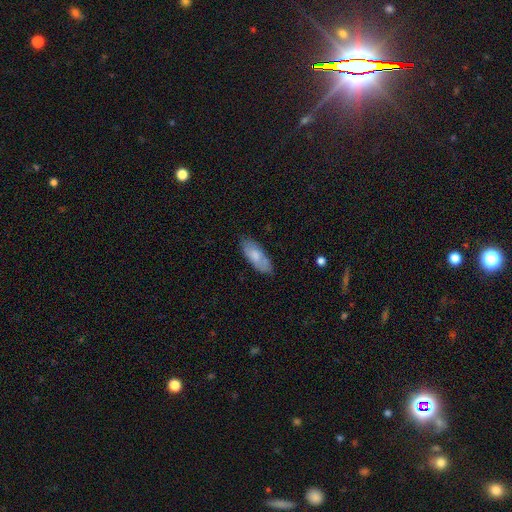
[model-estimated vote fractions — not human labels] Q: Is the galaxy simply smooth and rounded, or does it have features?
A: smooth — 72%.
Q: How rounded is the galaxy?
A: in between — 80%.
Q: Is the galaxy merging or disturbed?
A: none — 76%.